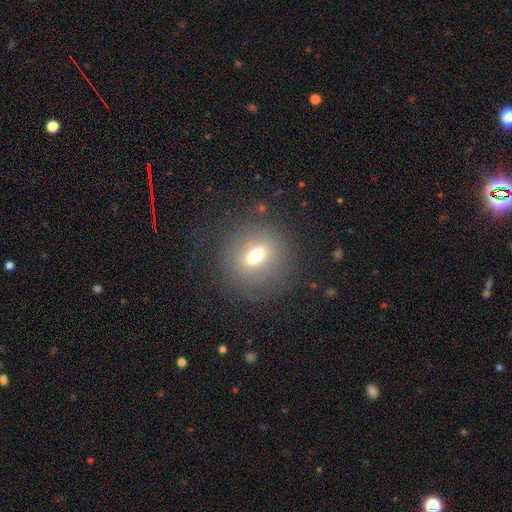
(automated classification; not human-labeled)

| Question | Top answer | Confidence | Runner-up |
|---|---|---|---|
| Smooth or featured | smooth | 60% | featured or disk (25%) |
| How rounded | round | 73% | in between (25%) |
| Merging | none | 79% | minor disturbance (12%) |